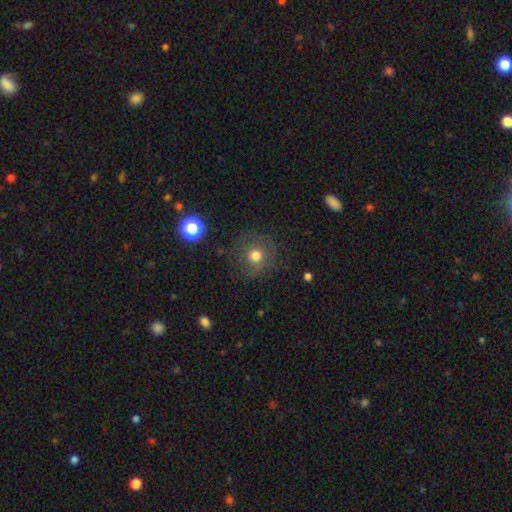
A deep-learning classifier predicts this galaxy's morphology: smooth 65%, featured or disk 19%, star or artifact 16%. Down the decision tree: how rounded — round (91%); merging — none (77%).